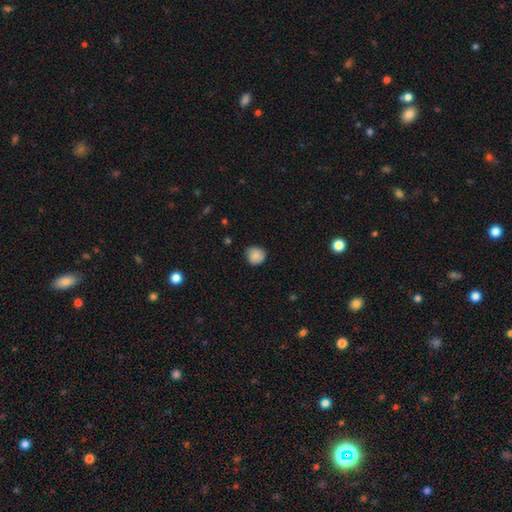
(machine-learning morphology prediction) The model was most divided on "merging": none: 82%, minor disturbance: 15%, major disturbance: 2%, merger: 1%. More confident: how rounded — round (90%); smooth or featured — smooth (86%).